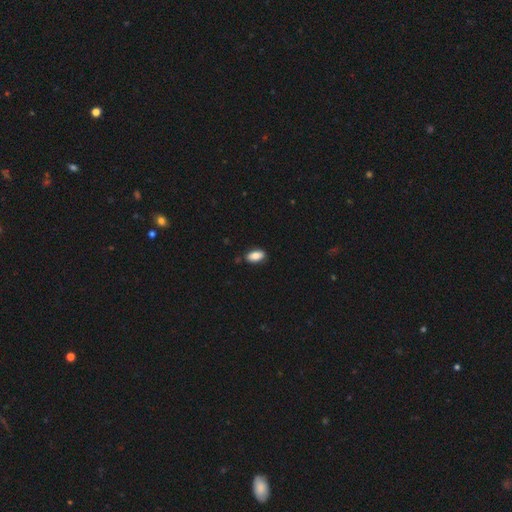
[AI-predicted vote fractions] smooth 84%, featured or disk 9%, star or artifact 7%. Down the decision tree: how rounded — in between (92%); merging — none (85%).